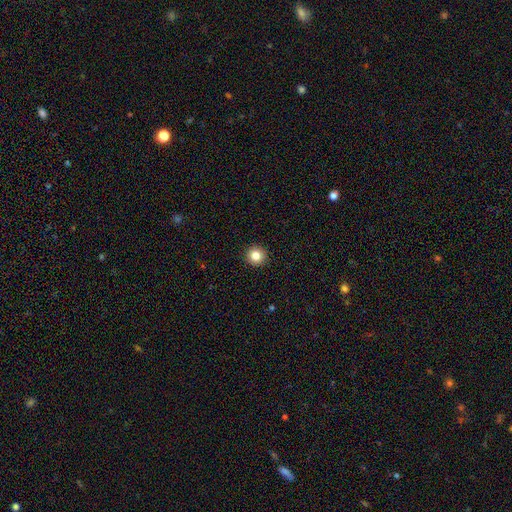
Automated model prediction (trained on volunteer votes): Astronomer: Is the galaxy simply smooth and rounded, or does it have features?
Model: smooth — 84%.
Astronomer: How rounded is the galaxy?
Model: round — 95%.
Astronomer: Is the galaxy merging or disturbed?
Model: none — 93%.